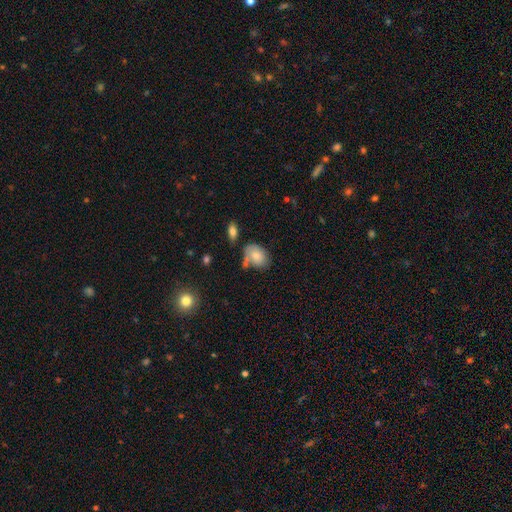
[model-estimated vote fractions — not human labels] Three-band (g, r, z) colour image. It shows a smooth galaxy with no disk features (76%) that is in between round and cigar-shaped (72%). Merging: none (50%).